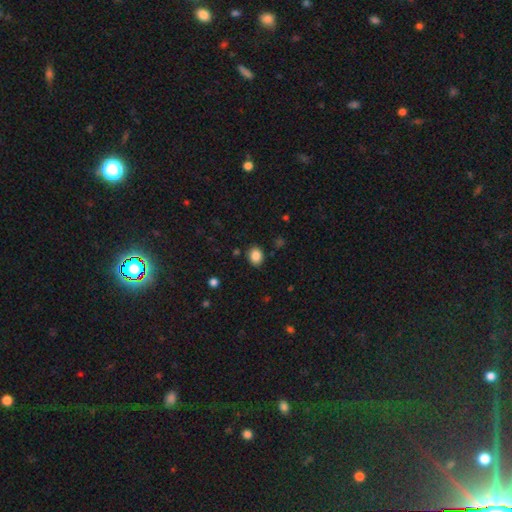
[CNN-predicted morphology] A smooth galaxy with no disk features (87%) that is in between round and cigar-shaped (52%).

Vote fractions:
- Smooth or featured? smooth: 87% / star or artifact: 9% / featured or disk: 4%
- How rounded? in between: 52% / round: 47% / cigar-shaped: 1%
- Merging? none: 86% / minor disturbance: 9% / major disturbance: 3% / merger: 2%